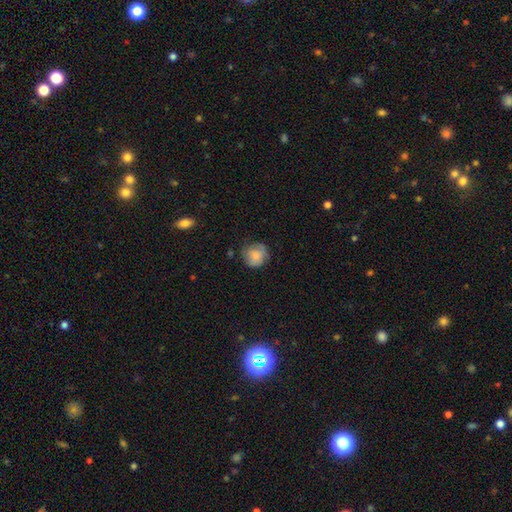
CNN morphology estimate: Smooth or featured? smooth (77%)
How rounded? round (87%)
Merging? none (70%)